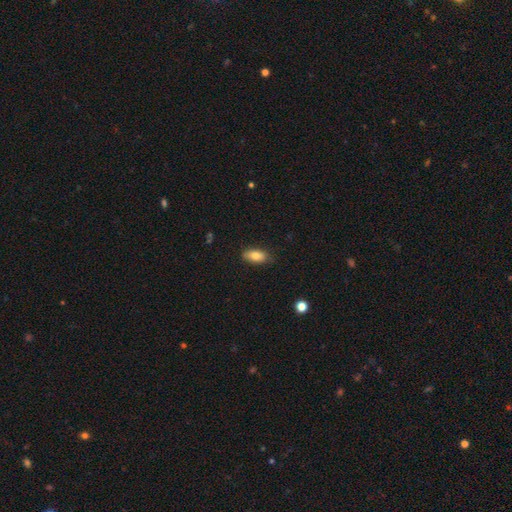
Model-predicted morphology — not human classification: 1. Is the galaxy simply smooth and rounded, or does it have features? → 79% smooth, 13% featured or disk, 7% star or artifact.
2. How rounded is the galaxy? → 87% in between, 9% cigar-shaped, 4% round.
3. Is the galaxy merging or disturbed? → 82% none, 14% minor disturbance, 2% major disturbance, 1% merger.